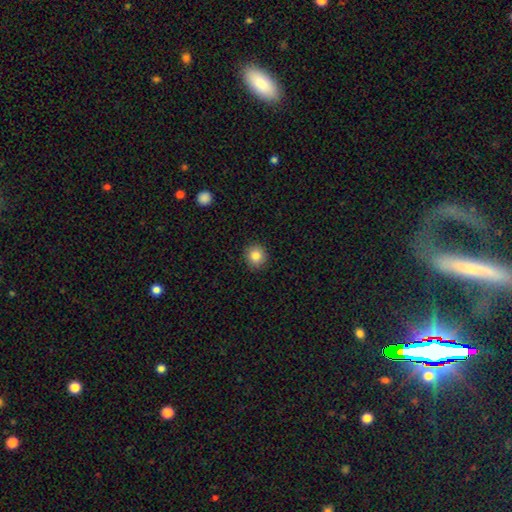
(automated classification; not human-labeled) The model was most divided on "smooth or featured": smooth: 84%, star or artifact: 10%, featured or disk: 6%. More confident: merging — none (90%); how rounded — round (88%).